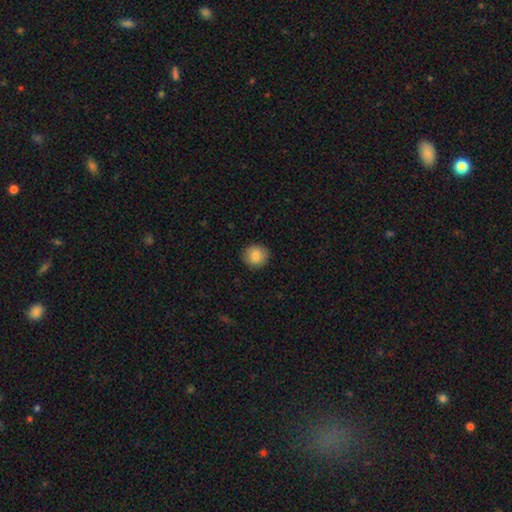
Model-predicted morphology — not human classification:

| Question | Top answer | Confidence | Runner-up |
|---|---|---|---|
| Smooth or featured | smooth | 83% | featured or disk (8%) |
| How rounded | round | 88% | in between (12%) |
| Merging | none | 89% | minor disturbance (8%) |